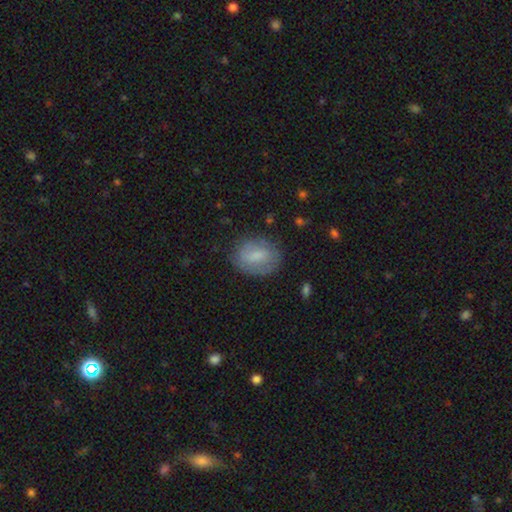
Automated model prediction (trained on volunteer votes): Smooth or featured? smooth (64%)
How rounded? in between (66%)
Merging? none (73%)